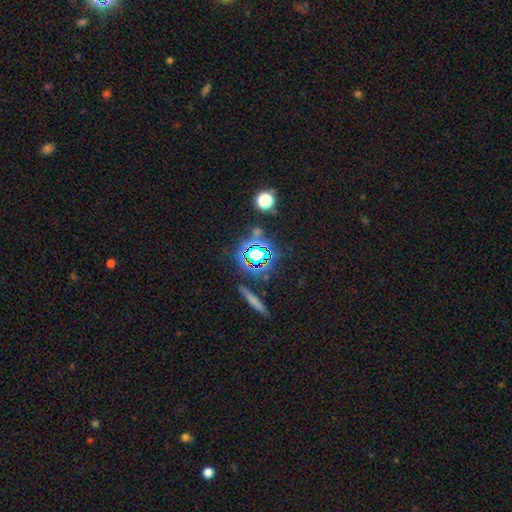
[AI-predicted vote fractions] This appears to be a star or artifact, not a galaxy (61%).